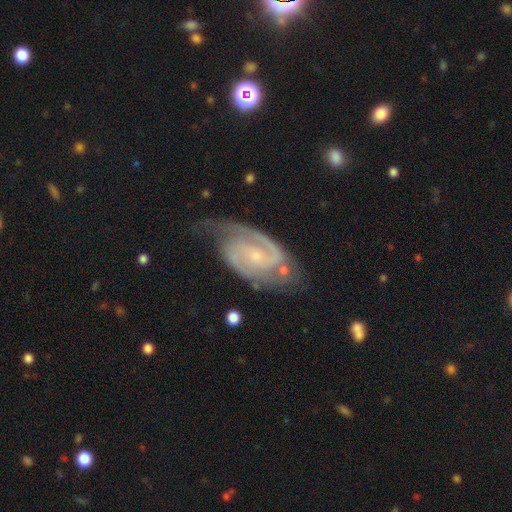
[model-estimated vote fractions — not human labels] Q: Smooth or featured?
A: featured or disk (90%); runner-up: smooth (5%)
Q: Edge-on disk?
A: no (97%); runner-up: yes (3%)
Q: Bar?
A: no (47%); runner-up: weak (42%)
Q: Spiral arms?
A: yes (98%); runner-up: no (2%)
Q: Spiral winding?
A: medium (47%); runner-up: tight (44%)
Q: Spiral arm count?
A: 2 (86%); runner-up: can't tell (5%)
Q: Bulge size?
A: small (72%); runner-up: moderate (19%)
Q: Merging?
A: none (62%); runner-up: minor disturbance (24%)